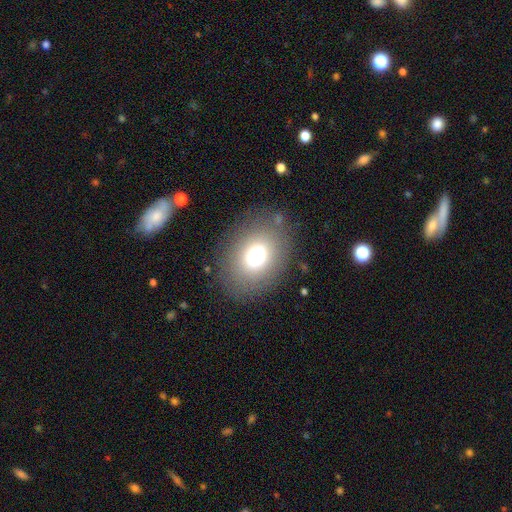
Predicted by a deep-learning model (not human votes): smooth-or-featured: smooth: 73% | featured or disk: 16% | star or artifact: 11%
  how-rounded: in between: 63% | round: 36% | cigar-shaped: 1%
  merging: none: 82% | minor disturbance: 10% | major disturbance: 5% | merger: 2%